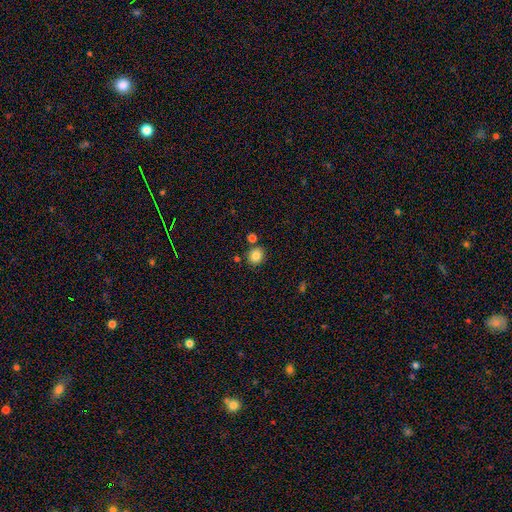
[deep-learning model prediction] Q: Smooth or featured?
A: smooth (84%); runner-up: star or artifact (11%)
Q: How rounded?
A: round (74%); runner-up: in between (25%)
Q: Merging?
A: none (79%); runner-up: minor disturbance (10%)